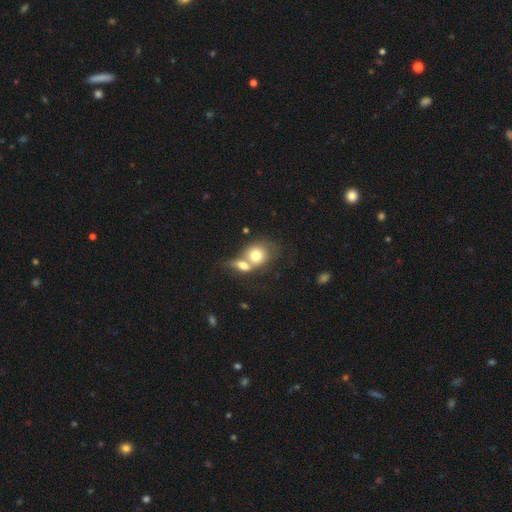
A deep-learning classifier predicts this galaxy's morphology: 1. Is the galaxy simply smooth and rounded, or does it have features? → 72% smooth, 20% featured or disk, 8% star or artifact.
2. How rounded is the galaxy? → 61% round, 37% in between, 2% cigar-shaped.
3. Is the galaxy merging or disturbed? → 69% merger, 19% none, 7% minor disturbance, 5% major disturbance.